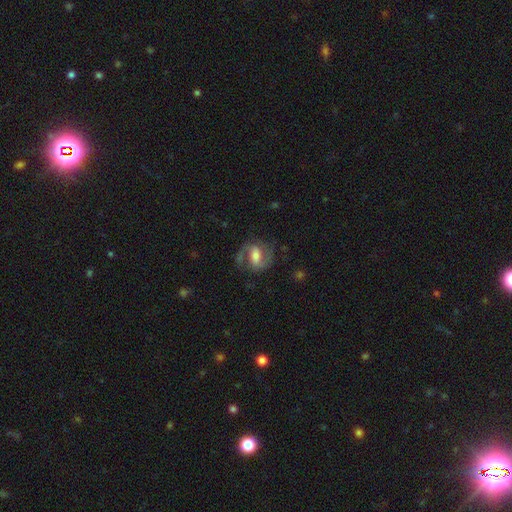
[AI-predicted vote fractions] smooth_or_featured: featured or disk (p=0.79) [alt: smooth p=0.14]
disk_edge_on: no (p=0.97) [alt: yes p=0.03]
bar: weak (p=0.44) [alt: strong p=0.36]
has_spiral_arms: yes (p=0.94) [alt: no p=0.06]
spiral_winding: medium (p=0.58) [alt: loose p=0.24]
spiral_arm_count: 2 (p=0.90) [alt: can't tell p=0.03]
bulge_size: moderate (p=0.51) [alt: small p=0.22]
merging: none (p=0.72) [alt: minor disturbance p=0.16]